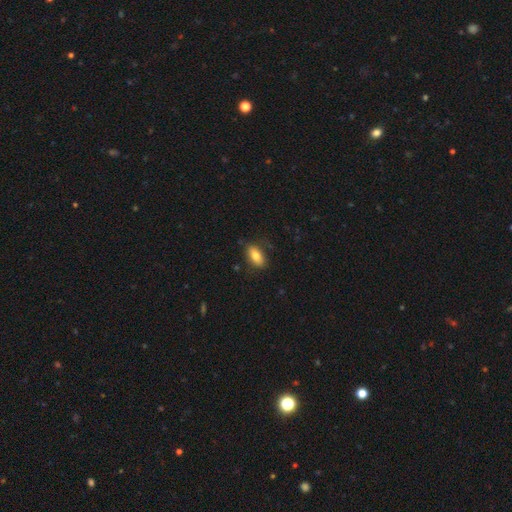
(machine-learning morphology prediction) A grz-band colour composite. It shows a smooth galaxy with no disk features (79%) that is in between round and cigar-shaped (89%). Merging: none (80%).